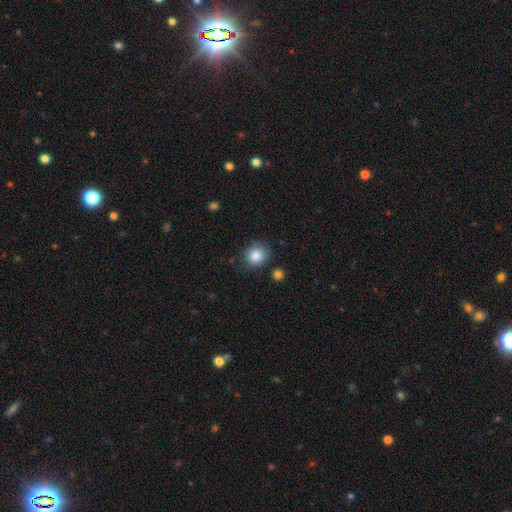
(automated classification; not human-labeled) smooth 87%, star or artifact 8%, featured or disk 5%. Down the decision tree: how rounded — round (78%); merging — none (79%).